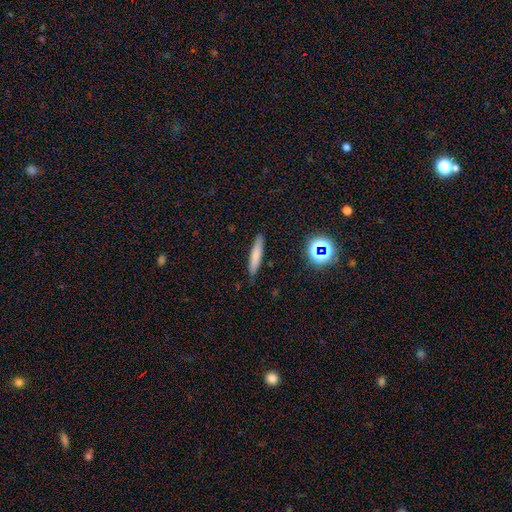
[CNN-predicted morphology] Smooth or featured?
  - smooth: 73% *
  - featured or disk: 17%
  - star or artifact: 10%
How rounded?
  - cigar-shaped: 89% *
  - in between: 9%
  - round: 2%
Merging?
  - none: 87% *
  - minor disturbance: 10%
  - major disturbance: 2%
  - merger: 2%